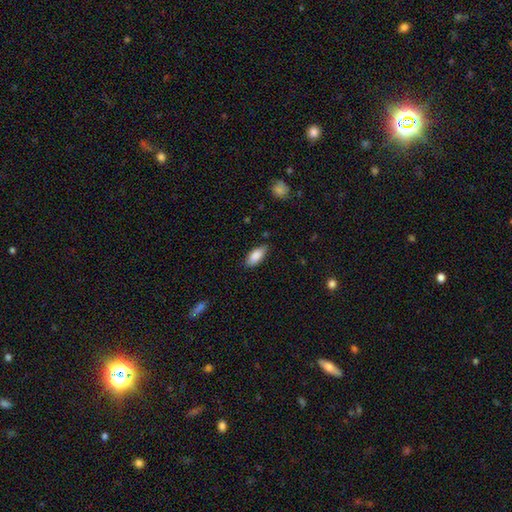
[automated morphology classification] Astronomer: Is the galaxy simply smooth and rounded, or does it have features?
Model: smooth — 86%.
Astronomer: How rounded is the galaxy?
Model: in between — 85%.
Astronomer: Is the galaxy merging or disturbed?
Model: none — 81%.